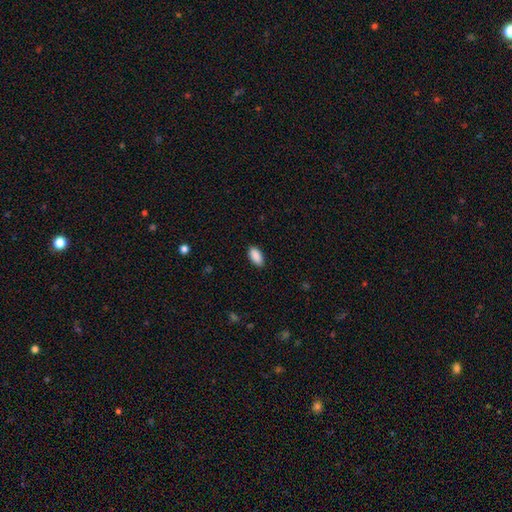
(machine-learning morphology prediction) Overall: smooth (90%). How rounded: in between (94%). Merging: none (89%).